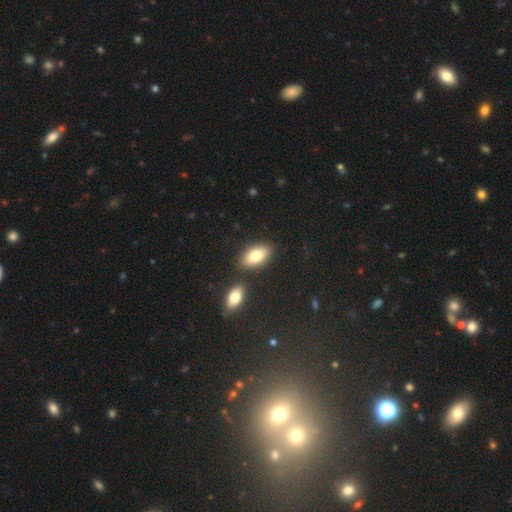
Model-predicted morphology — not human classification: This is likely a smooth galaxy (79%). How rounded: clearly in between (91%). Merging: likely none (77%).